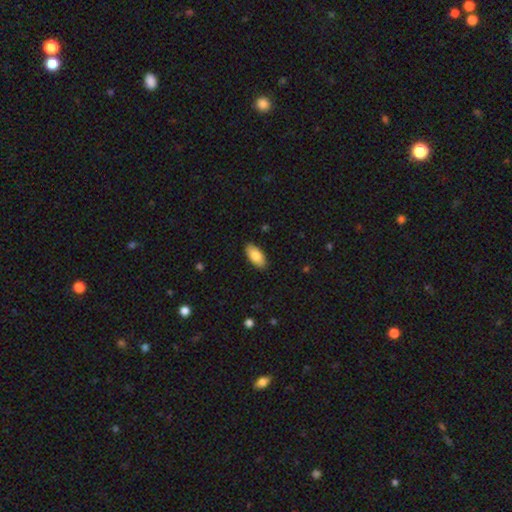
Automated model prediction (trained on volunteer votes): Smooth or featured?
  - smooth: 83% *
  - featured or disk: 11%
  - star or artifact: 6%
How rounded?
  - in between: 91% *
  - cigar-shaped: 7%
  - round: 2%
Merging?
  - none: 89% *
  - minor disturbance: 8%
  - major disturbance: 2%
  - merger: 1%